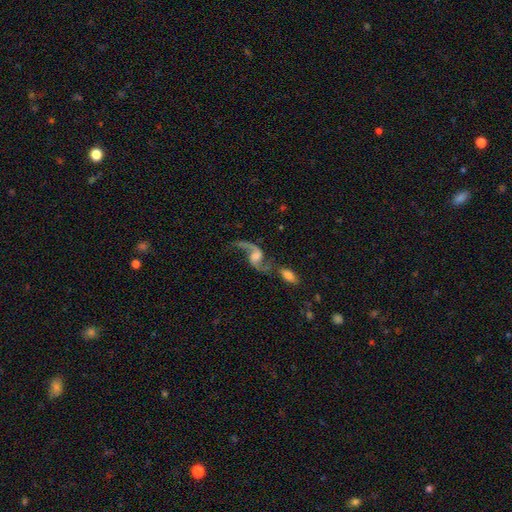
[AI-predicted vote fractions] Overall: featured or disk (86%). Edge-on disk: no (96%). Bar: no (47%; weak 42%). Spiral arms: yes (95%). Spiral arm count: 2 (88%). Spiral winding: loose (86%). Bulge size: moderate (32%; none 26%). Merging: none (45%; merger 25%).